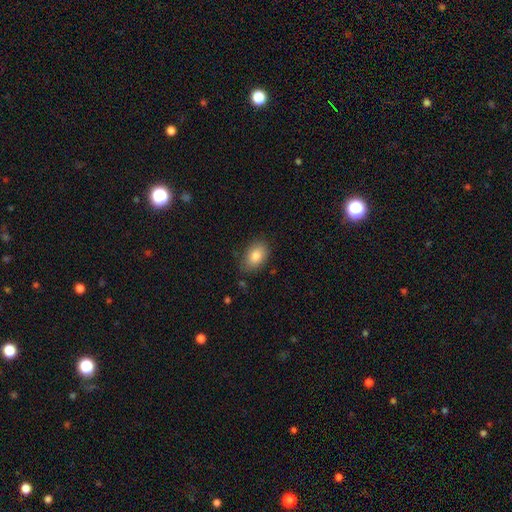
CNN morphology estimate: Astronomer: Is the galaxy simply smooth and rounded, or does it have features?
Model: smooth — 84%.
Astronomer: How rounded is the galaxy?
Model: in between — 86%.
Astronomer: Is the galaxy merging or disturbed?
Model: none — 80%.